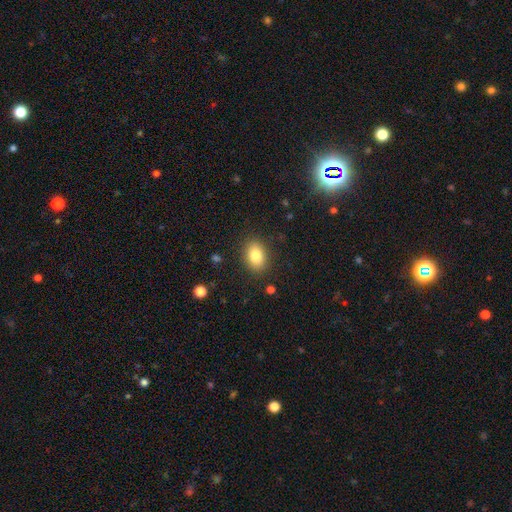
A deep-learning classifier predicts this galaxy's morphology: type=smooth (82%); roundness=in between (77%); merging=none (87%).